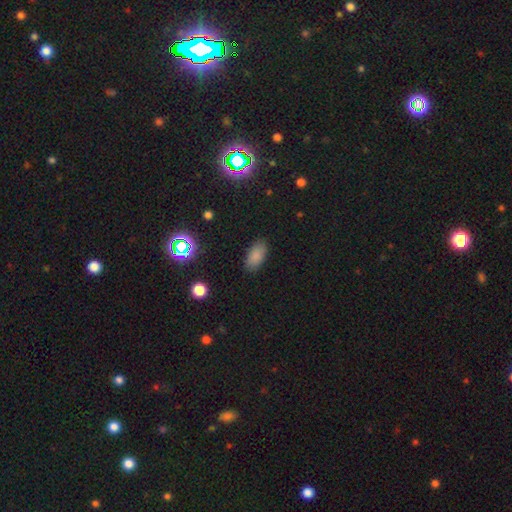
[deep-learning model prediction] smooth_or_featured: smooth (p=0.84) [alt: star or artifact p=0.11]
how_rounded: in between (p=0.93) [alt: cigar-shaped p=0.04]
merging: none (p=0.87) [alt: minor disturbance p=0.10]